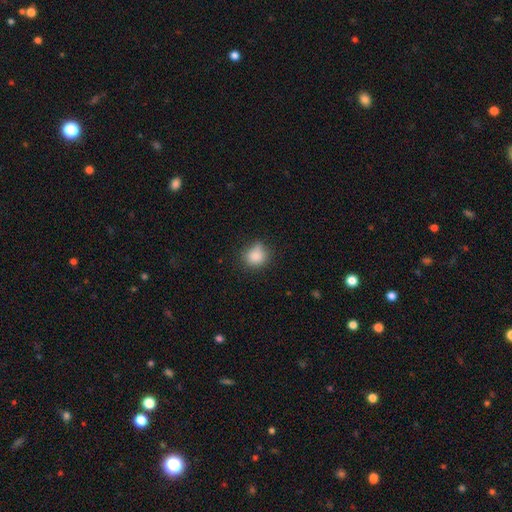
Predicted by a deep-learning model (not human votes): Q: Smooth or featured?
A: smooth (85%); runner-up: star or artifact (10%)
Q: How rounded?
A: round (73%); runner-up: in between (26%)
Q: Merging?
A: none (65%); runner-up: minor disturbance (26%)